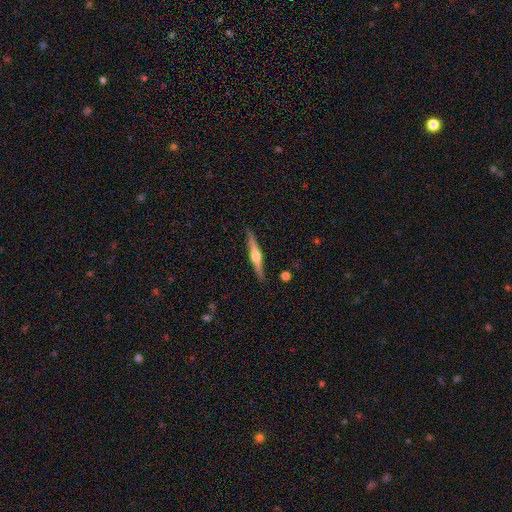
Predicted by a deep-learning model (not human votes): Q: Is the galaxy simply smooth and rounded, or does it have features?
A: featured or disk — 70%.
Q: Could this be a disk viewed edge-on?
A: yes — 98%.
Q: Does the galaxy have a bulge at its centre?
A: rounded — 87%.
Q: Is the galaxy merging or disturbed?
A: none — 88%.